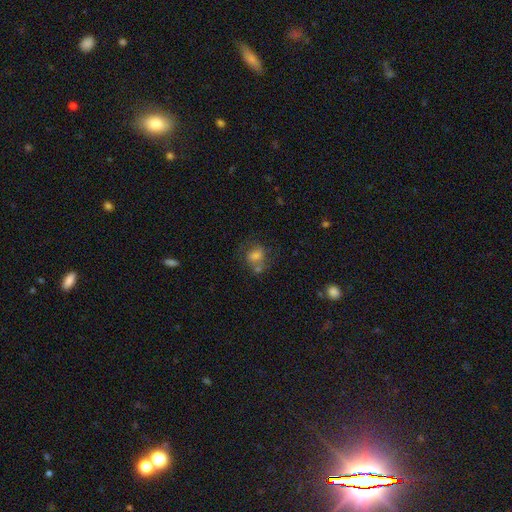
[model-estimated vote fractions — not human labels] This is likely a smooth galaxy (65%). How rounded: possibly round (50%). Merging: marginally none (41%).